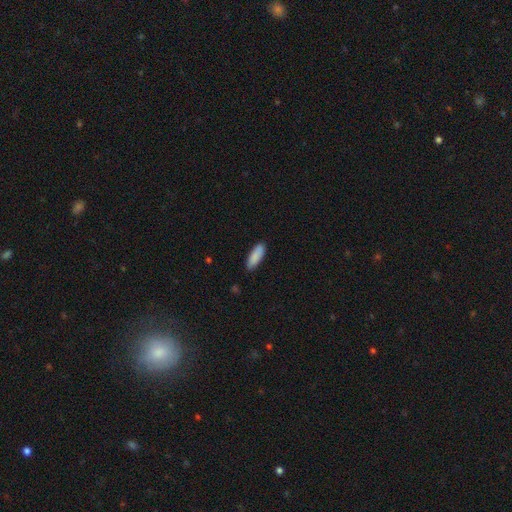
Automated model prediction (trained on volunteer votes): Smooth or featured?
  - smooth: 89% *
  - star or artifact: 6%
  - featured or disk: 5%
How rounded?
  - in between: 62% *
  - cigar-shaped: 37%
  - round: 2%
Merging?
  - none: 86% *
  - minor disturbance: 11%
  - major disturbance: 2%
  - merger: 1%